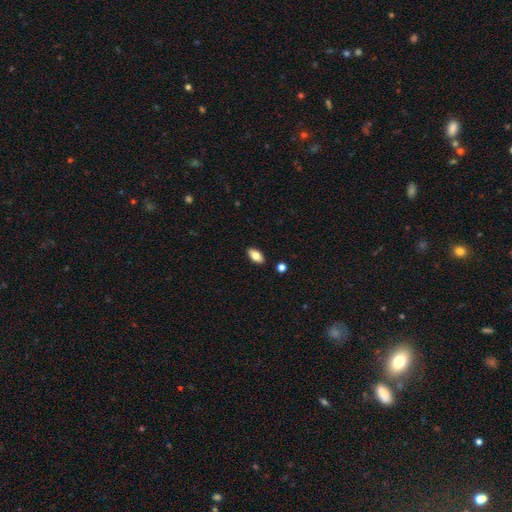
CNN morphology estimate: Smooth or featured? Predicted: smooth (p=0.80). How rounded? Predicted: in between (p=0.91). Merging? Predicted: none (p=0.88).